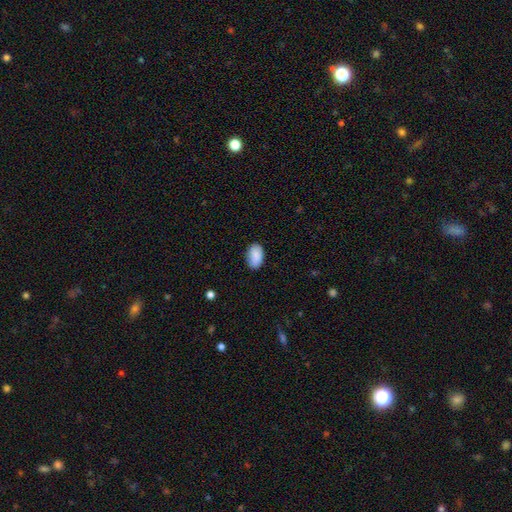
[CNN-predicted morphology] Smooth or featured? Predicted: smooth (p=0.89). How rounded? Predicted: in between (p=0.92). Merging? Predicted: none (p=0.82).